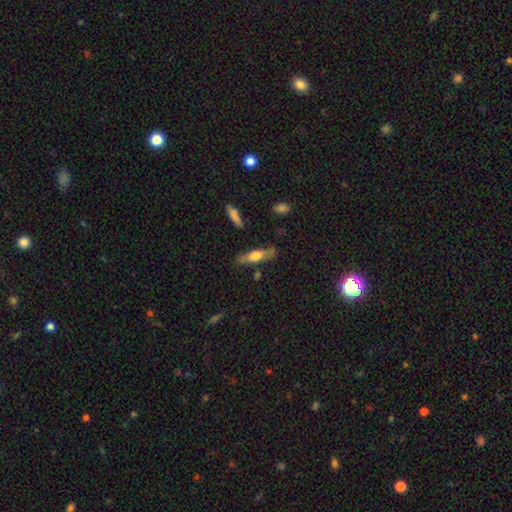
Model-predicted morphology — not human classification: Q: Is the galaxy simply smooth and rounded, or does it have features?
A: smooth — 49%.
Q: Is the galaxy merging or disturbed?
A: none — 73%.